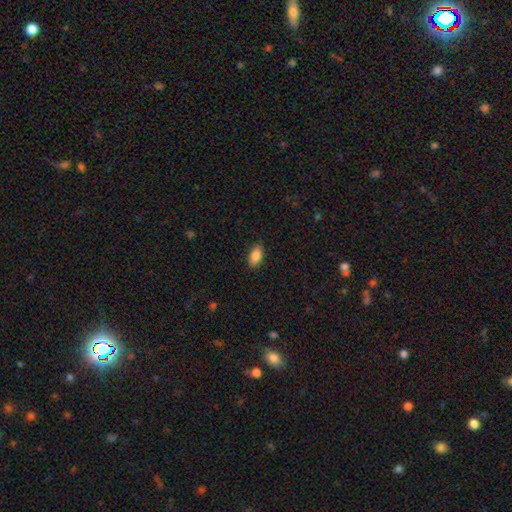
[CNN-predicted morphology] A smooth galaxy with no disk features (88%) that is in between round and cigar-shaped (92%).

Vote fractions:
- Smooth or featured? smooth: 88% / star or artifact: 7% / featured or disk: 5%
- How rounded? in between: 92% / round: 4% / cigar-shaped: 4%
- Merging? none: 86% / minor disturbance: 11% / major disturbance: 2% / merger: 1%